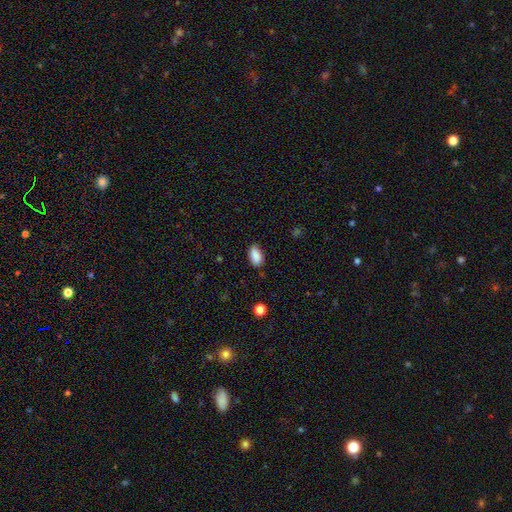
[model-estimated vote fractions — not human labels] Smooth or featured? Predicted: smooth (p=0.88). How rounded? Predicted: in between (p=0.93). Merging? Predicted: none (p=0.78).